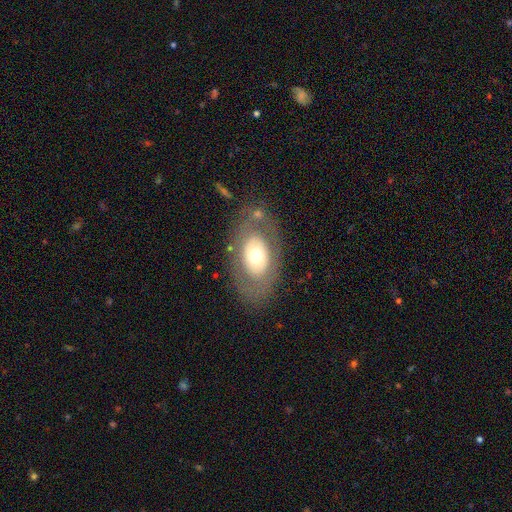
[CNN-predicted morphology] Overall: smooth (49%; featured or disk 44%). Merging: none (76%).